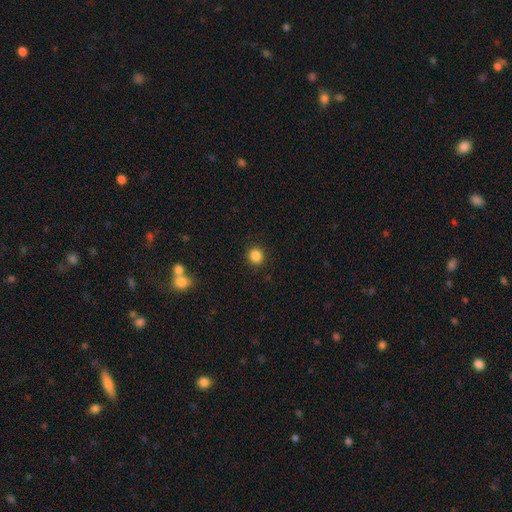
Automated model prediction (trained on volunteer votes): The model was most divided on "how rounded": round: 84%, in between: 15%, cigar-shaped: 1%. More confident: merging — none (90%); smooth or featured — smooth (86%).